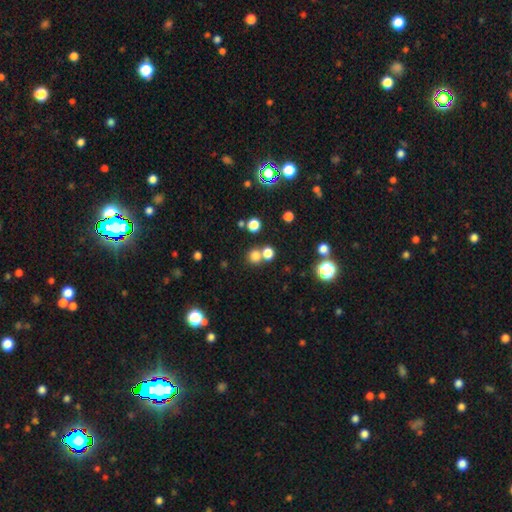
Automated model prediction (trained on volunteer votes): smooth 74%, star or artifact 19%, featured or disk 7%. Down the decision tree: how rounded — round (86%); merging — none (61%).